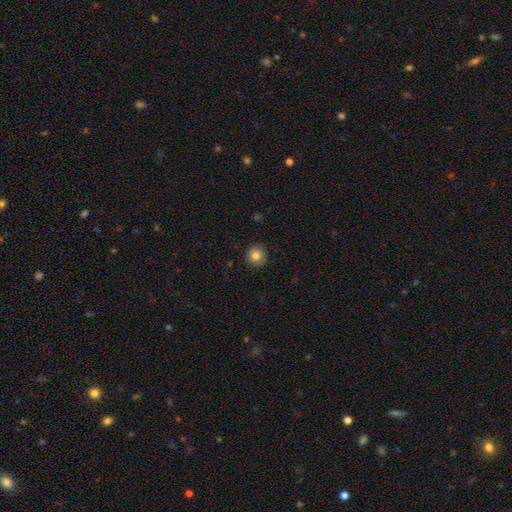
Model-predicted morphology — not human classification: A smooth galaxy with no disk features (83%) that is round (92%). Merging: none (90%).